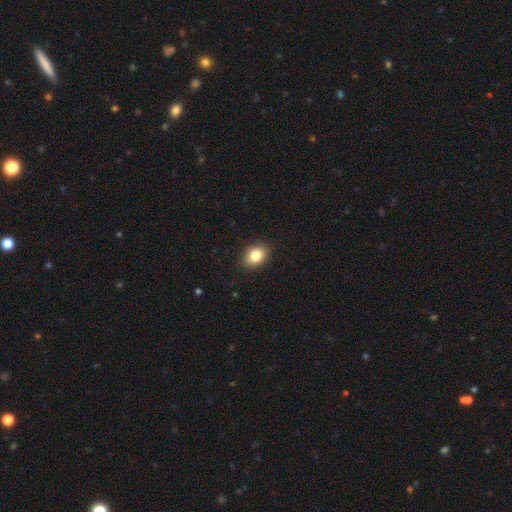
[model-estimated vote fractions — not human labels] smooth_or_featured: smooth (p=0.84) [alt: star or artifact p=0.09]
how_rounded: in between (p=0.72) [alt: round p=0.27]
merging: none (p=0.88) [alt: minor disturbance p=0.09]